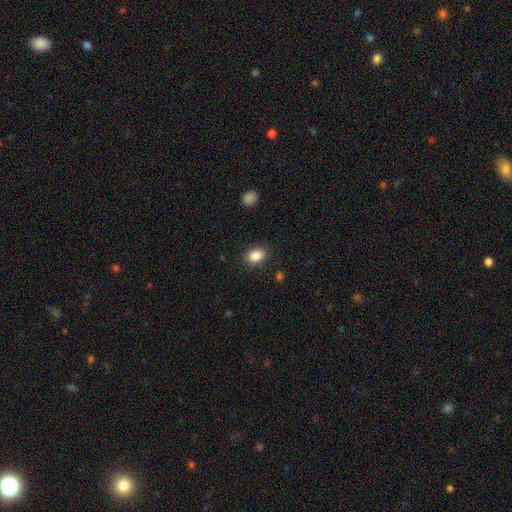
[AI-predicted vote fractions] A smooth galaxy with no disk features (88%) that is in between round and cigar-shaped (64%). Merging: none (87%).